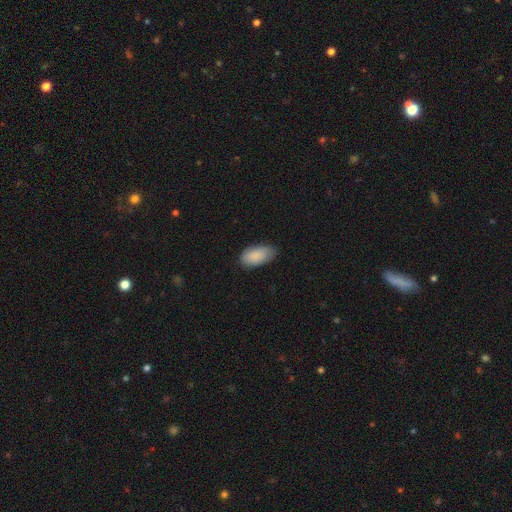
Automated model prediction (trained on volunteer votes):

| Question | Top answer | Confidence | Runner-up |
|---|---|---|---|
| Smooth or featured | smooth | 87% | featured or disk (7%) |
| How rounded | in between | 94% | round (3%) |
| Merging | none | 74% | minor disturbance (21%) |